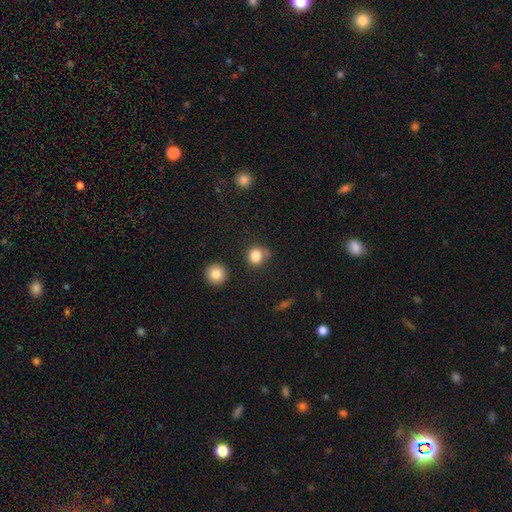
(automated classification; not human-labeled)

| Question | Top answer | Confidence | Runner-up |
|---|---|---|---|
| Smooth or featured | smooth | 83% | star or artifact (12%) |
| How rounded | round | 87% | in between (12%) |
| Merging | none | 71% | minor disturbance (17%) |